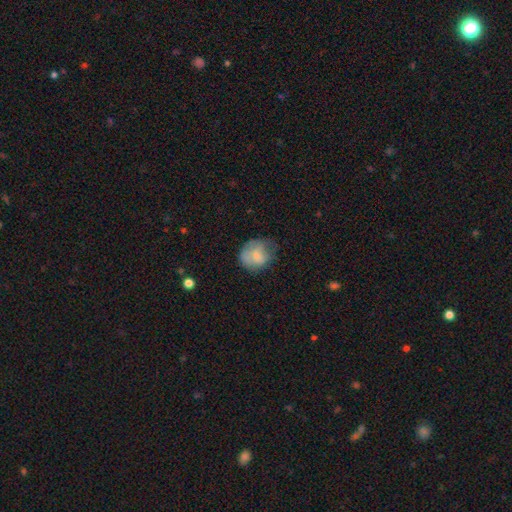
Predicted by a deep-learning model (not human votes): Q: Smooth or featured?
A: smooth (73%); runner-up: featured or disk (19%)
Q: How rounded?
A: round (66%); runner-up: in between (33%)
Q: Merging?
A: none (49%); runner-up: minor disturbance (32%)